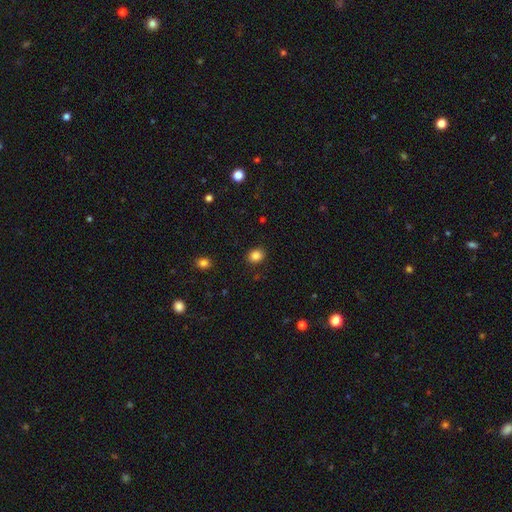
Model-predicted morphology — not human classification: Q: Smooth or featured?
A: smooth (85%); runner-up: star or artifact (11%)
Q: How rounded?
A: round (63%); runner-up: in between (36%)
Q: Merging?
A: none (89%); runner-up: minor disturbance (7%)